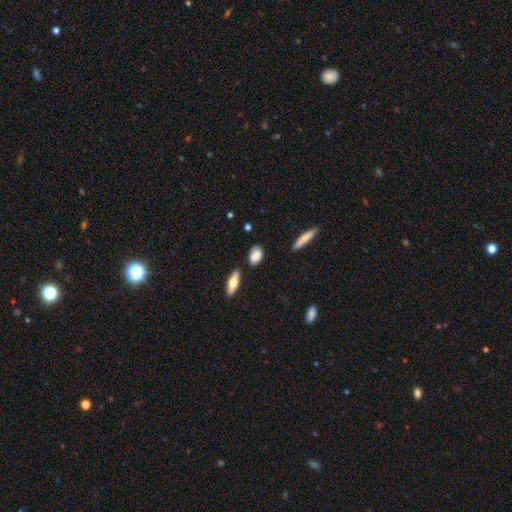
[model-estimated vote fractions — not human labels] Overall: smooth (83%). How rounded: in between (80%). Merging: none (77%).